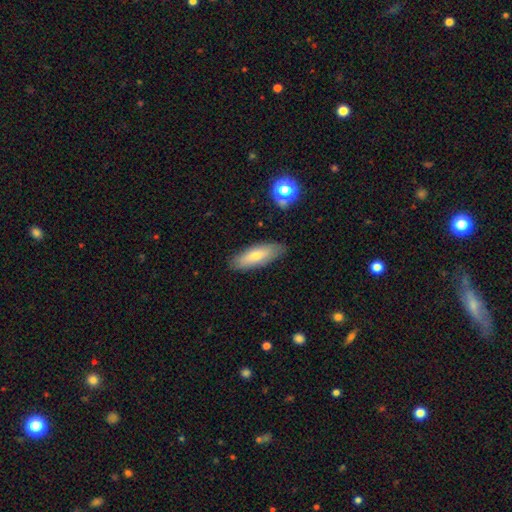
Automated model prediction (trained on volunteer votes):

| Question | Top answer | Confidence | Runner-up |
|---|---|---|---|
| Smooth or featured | smooth | 67% | featured or disk (26%) |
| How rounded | in between | 61% | cigar-shaped (37%) |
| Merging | none | 85% | minor disturbance (11%) |